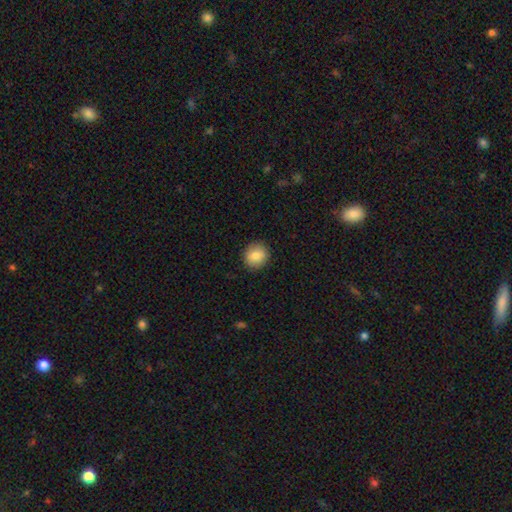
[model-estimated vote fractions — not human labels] Smooth or featured?
  - smooth: 85% *
  - star or artifact: 8%
  - featured or disk: 7%
How rounded?
  - round: 85% *
  - in between: 14%
  - cigar-shaped: 1%
Merging?
  - none: 90% *
  - minor disturbance: 7%
  - major disturbance: 2%
  - merger: 1%